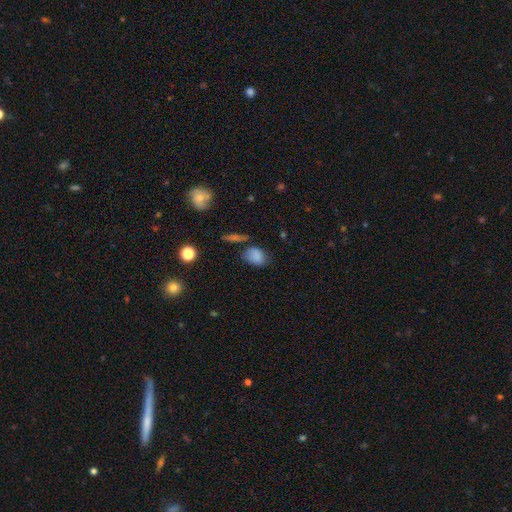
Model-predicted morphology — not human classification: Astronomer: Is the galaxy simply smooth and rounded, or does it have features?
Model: smooth — 81%.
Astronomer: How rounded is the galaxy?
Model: in between — 73%.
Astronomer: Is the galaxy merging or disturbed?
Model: none — 60%.